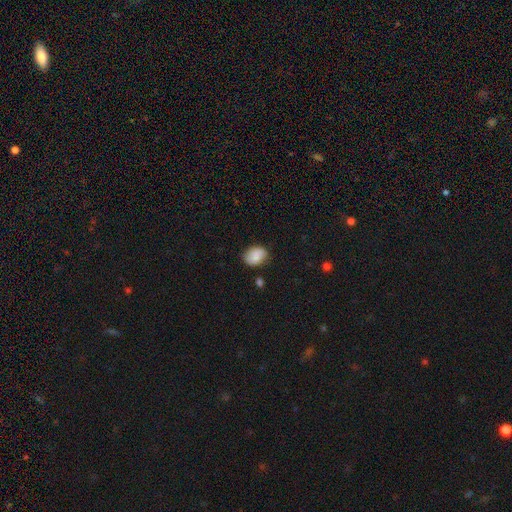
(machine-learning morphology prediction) smooth 83%, featured or disk 9%, star or artifact 8%. Down the decision tree: how rounded — in between (65%); merging — none (75%).